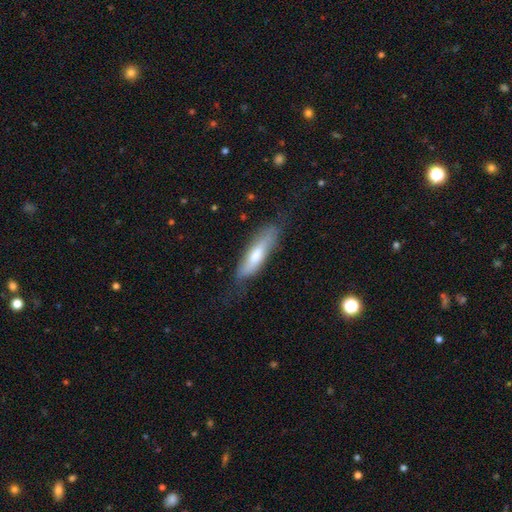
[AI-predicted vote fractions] Q: Smooth or featured?
A: smooth (62%); runner-up: featured or disk (32%)
Q: How rounded?
A: cigar-shaped (62%); runner-up: in between (36%)
Q: Merging?
A: none (61%); runner-up: minor disturbance (26%)